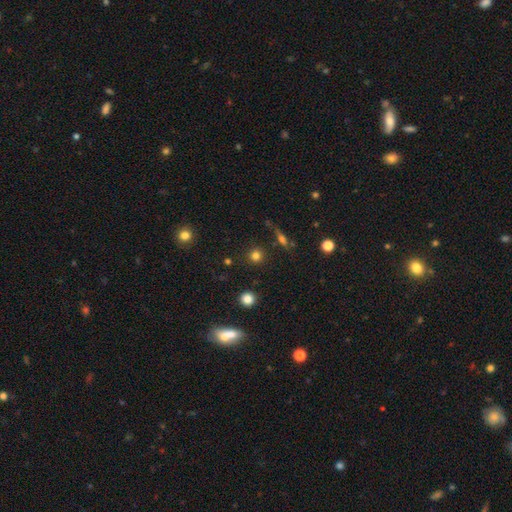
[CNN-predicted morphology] A smooth galaxy with no disk features (78%) that is round (93%).

Vote fractions:
- Smooth or featured? smooth: 78% / star or artifact: 15% / featured or disk: 7%
- How rounded? round: 93% / in between: 6% / cigar-shaped: 1%
- Merging? none: 88% / minor disturbance: 7% / merger: 3% / major disturbance: 3%